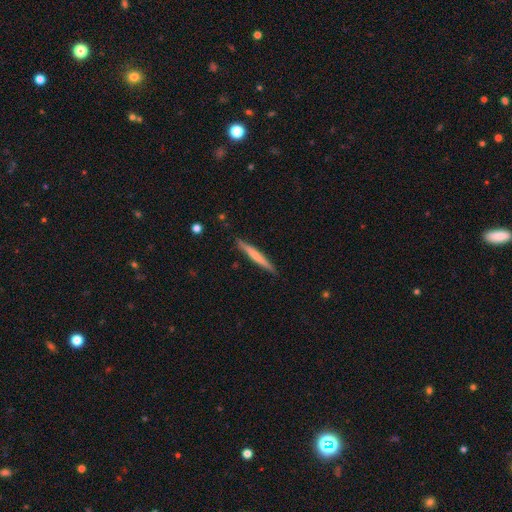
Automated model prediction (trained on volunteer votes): smooth-or-featured: smooth: 56% | featured or disk: 38% | star or artifact: 5%
  how-rounded: cigar-shaped: 96% | in between: 2% | round: 1%
  merging: none: 89% | minor disturbance: 8% | major disturbance: 1% | merger: 1%